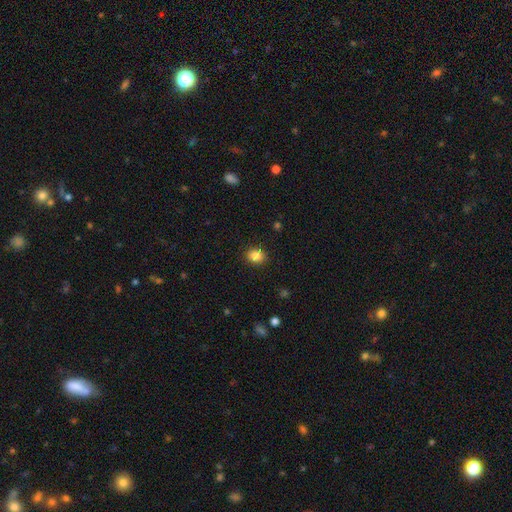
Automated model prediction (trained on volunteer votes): The model was most divided on "how rounded": round: 62%, in between: 37%, cigar-shaped: 1%. More confident: merging — none (90%); smooth or featured — smooth (85%).